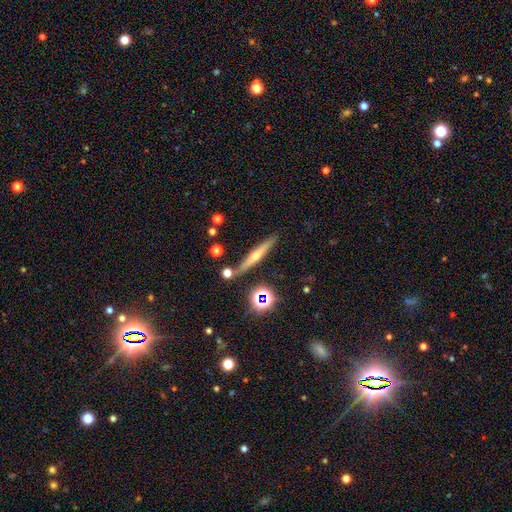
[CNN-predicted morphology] Q: Smooth or featured?
A: featured or disk (56%); runner-up: smooth (32%)
Q: Edge-on disk?
A: yes (95%); runner-up: no (5%)
Q: Edge-on bulge?
A: rounded (78%); runner-up: none (18%)
Q: Merging?
A: none (84%); runner-up: minor disturbance (9%)